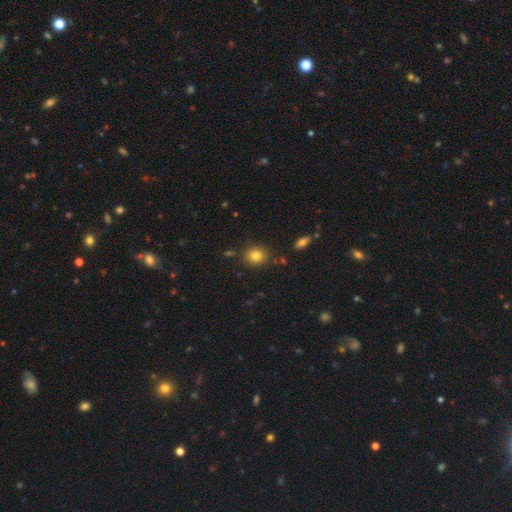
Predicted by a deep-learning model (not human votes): Smooth or featured: smooth — 81% (star or artifact — 12%)
How rounded: round — 75% (in between — 24%)
Merging: none — 84% (minor disturbance — 10%)